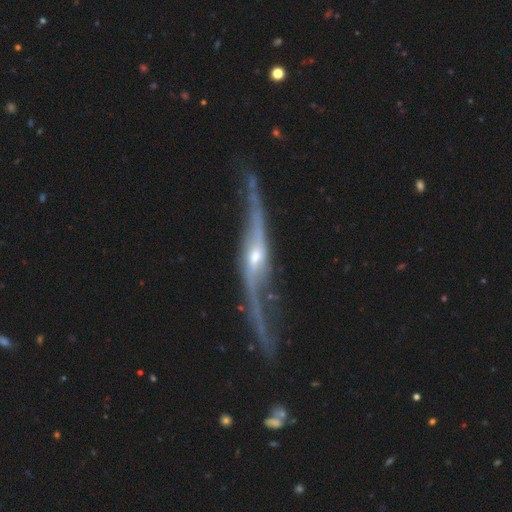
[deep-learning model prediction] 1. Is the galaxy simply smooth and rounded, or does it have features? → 89% featured or disk, 6% smooth, 5% star or artifact.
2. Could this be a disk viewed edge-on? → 52% yes, 48% no.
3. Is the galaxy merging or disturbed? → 59% none, 22% minor disturbance, 15% major disturbance, 5% merger.